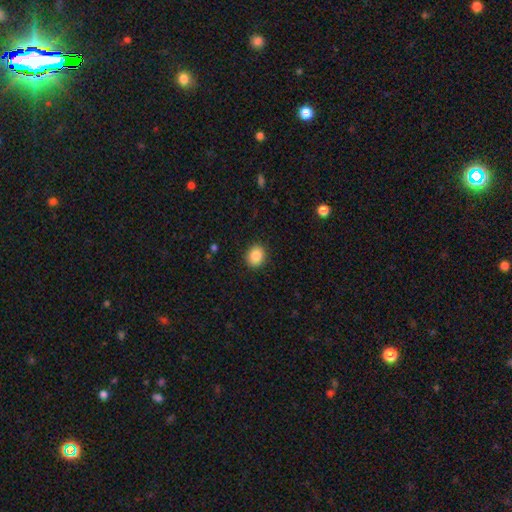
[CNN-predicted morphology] A smooth galaxy with no disk features (87%) that is round (63%).

Vote fractions:
- Smooth or featured? smooth: 87% / star or artifact: 9% / featured or disk: 5%
- How rounded? round: 63% / in between: 36% / cigar-shaped: 1%
- Merging? none: 90% / minor disturbance: 7% / major disturbance: 2% / merger: 1%